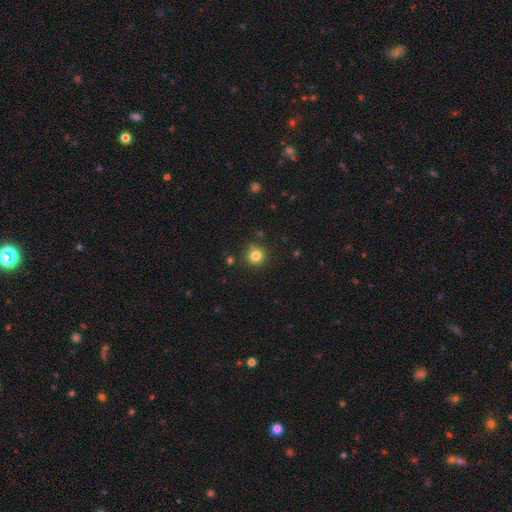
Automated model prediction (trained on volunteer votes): Overall: smooth (82%). How rounded: round (94%). Merging: none (84%).